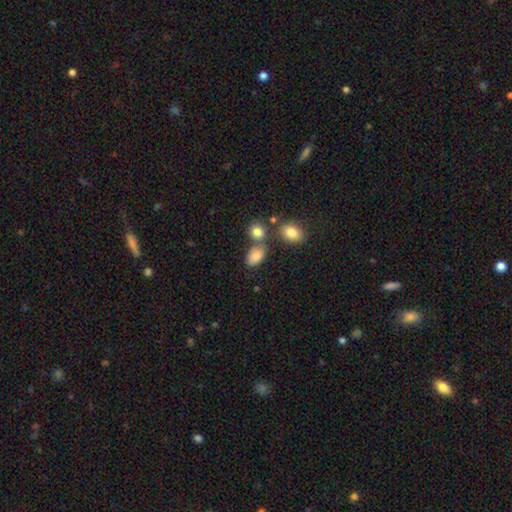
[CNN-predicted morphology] type=smooth (83%); roundness=in between (85%); merging=none (60%).